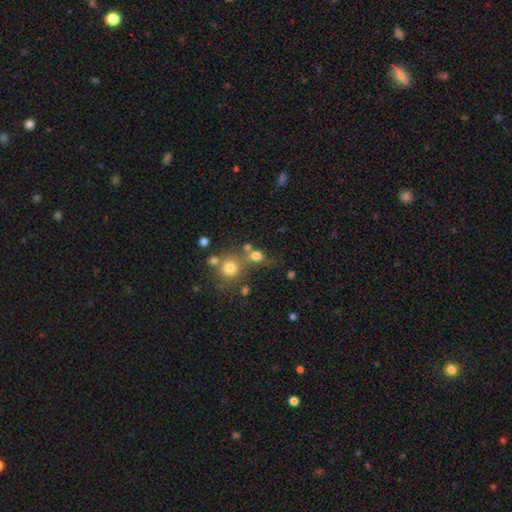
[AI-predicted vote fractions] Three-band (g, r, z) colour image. It shows a smooth galaxy with no disk features (72%) that is round (70%). Merging: none (47%).